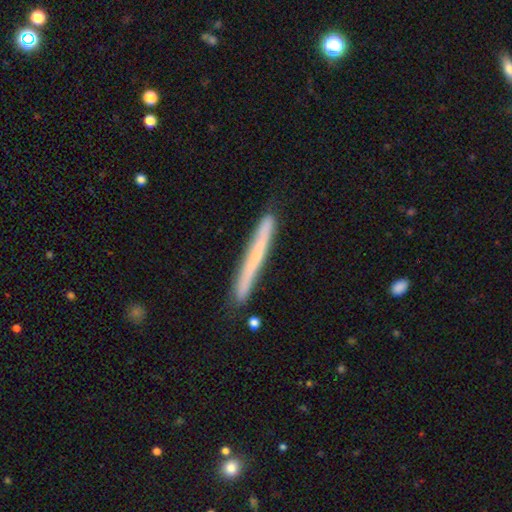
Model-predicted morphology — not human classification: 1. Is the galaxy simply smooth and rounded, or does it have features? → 48% smooth, 46% featured or disk, 6% star or artifact.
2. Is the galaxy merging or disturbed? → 84% none, 12% minor disturbance, 2% merger, 2% major disturbance.